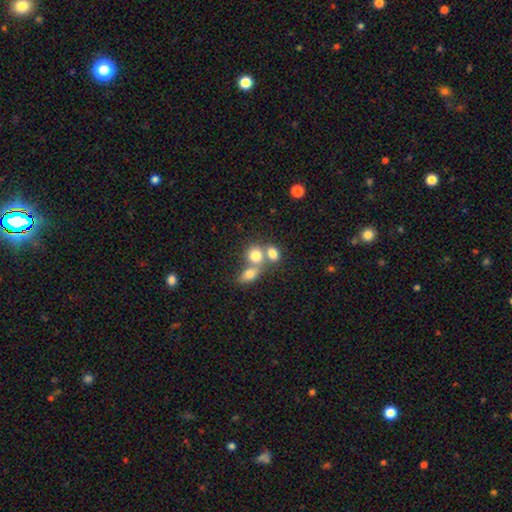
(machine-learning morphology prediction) type=smooth (76%); roundness=round (59%); merging=merger (55%).